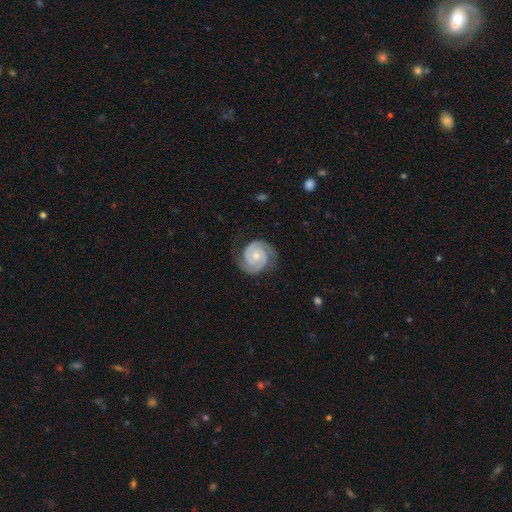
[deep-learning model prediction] Smooth or featured?
  - featured or disk: 88% *
  - smooth: 7%
  - star or artifact: 5%
Edge-on disk?
  - no: 98% *
  - yes: 2%
Bar?
  - no: 72% *
  - weak: 23%
  - strong: 5%
Spiral arms?
  - yes: 98% *
  - no: 2%
Spiral winding?
  - tight: 68% *
  - medium: 27%
  - loose: 5%
Spiral arm count?
  - 2: 90% *
  - can't tell: 4%
  - 3: 3%
  - 1: 2%
  - 4: 1%
  - more than 4: 1%
Bulge size?
  - moderate: 51% *
  - small: 45%
  - none: 2%
  - large: 2%
  - dominant: 1%
Merging?
  - none: 79% *
  - minor disturbance: 15%
  - major disturbance: 5%
  - merger: 1%